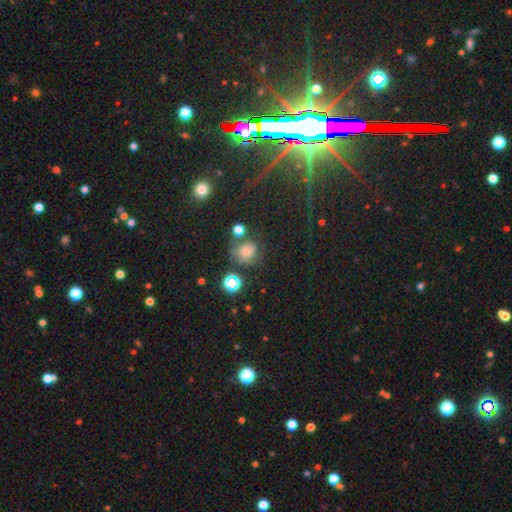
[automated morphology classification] This appears to be a star or artifact, not a galaxy (51%).